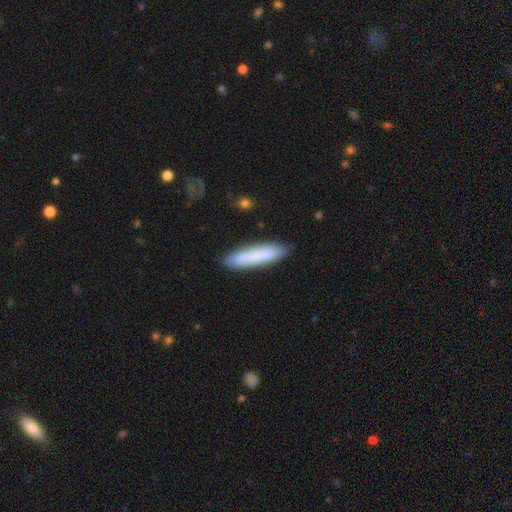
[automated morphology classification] Overall: smooth (80%). How rounded: cigar-shaped (81%). Merging: none (85%).